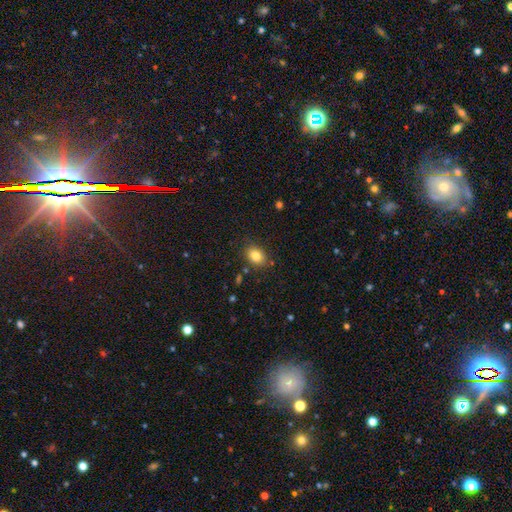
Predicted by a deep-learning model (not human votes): A smooth galaxy with no disk features (83%) that is in between round and cigar-shaped (71%). Merging: none (83%).